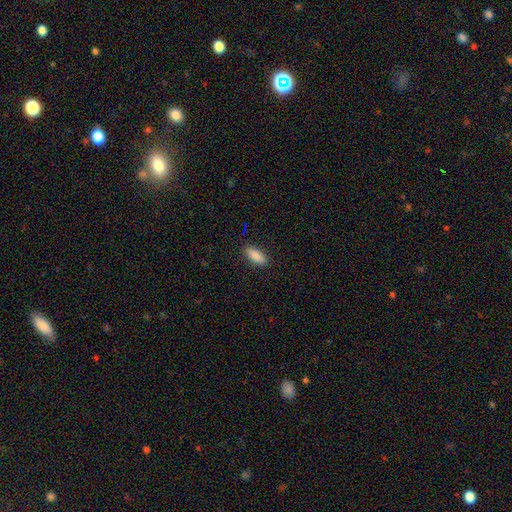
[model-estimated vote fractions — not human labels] smooth-or-featured: smooth: 89% | star or artifact: 7% | featured or disk: 4%
  how-rounded: in between: 83% | cigar-shaped: 15% | round: 2%
  merging: none: 88% | minor disturbance: 8% | major disturbance: 2% | merger: 1%